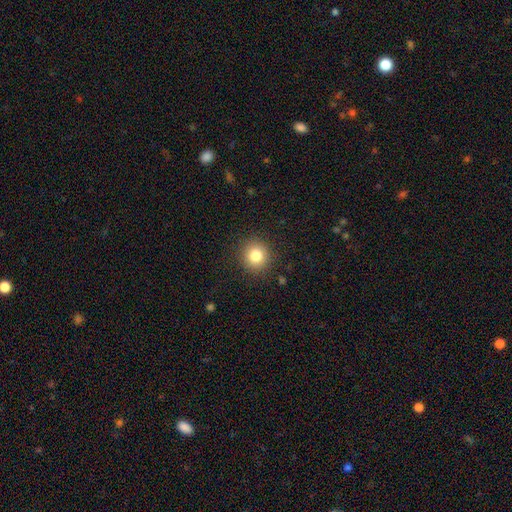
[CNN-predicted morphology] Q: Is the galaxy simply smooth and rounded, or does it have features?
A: smooth — 82%.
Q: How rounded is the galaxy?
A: round — 92%.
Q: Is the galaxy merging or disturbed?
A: none — 90%.